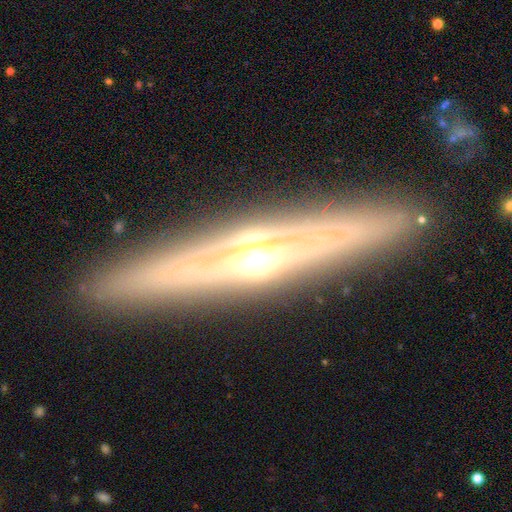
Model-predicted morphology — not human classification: A featured or disk galaxy (81%) viewed edge-on (83%) with a rounded central bulge (88%).

Vote fractions:
- Smooth or featured? featured or disk: 81% / smooth: 11% / star or artifact: 7%
- Edge-on disk? yes: 83% / no: 17%
- Edge-on bulge? rounded: 88% / none: 7% / boxy: 5%
- Merging? none: 86% / minor disturbance: 9% / major disturbance: 3% / merger: 2%